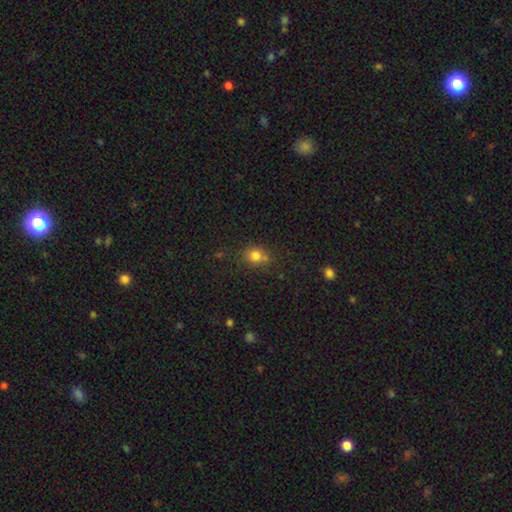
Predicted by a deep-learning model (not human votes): smooth_or_featured: smooth (p=0.78) [alt: star or artifact p=0.14]
how_rounded: round (p=0.69) [alt: in between p=0.30]
merging: none (p=0.62) [alt: minor disturbance p=0.18]